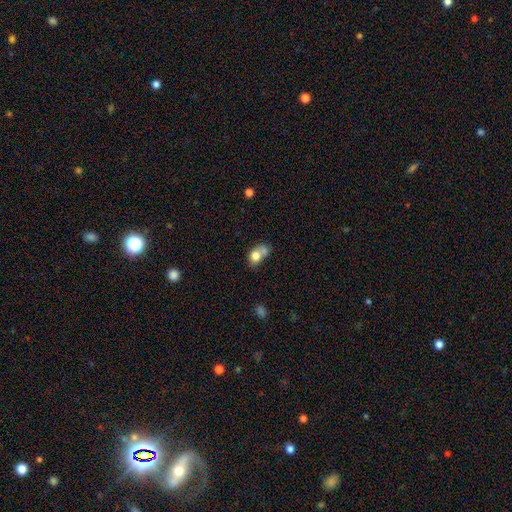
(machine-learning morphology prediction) A smooth galaxy with no disk features (74%) that is in between round and cigar-shaped (57%).

Vote fractions:
- Smooth or featured? smooth: 74% / featured or disk: 16% / star or artifact: 10%
- How rounded? in between: 57% / round: 41% / cigar-shaped: 1%
- Merging? merger: 51% / none: 26% / minor disturbance: 14% / major disturbance: 9%